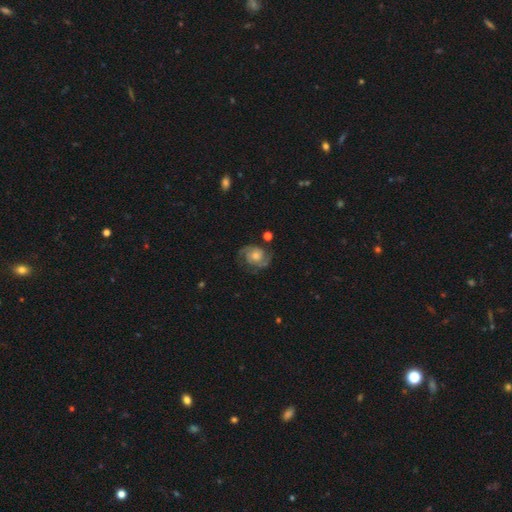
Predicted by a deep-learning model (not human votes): This is clearly a featured or disk galaxy (83%). It is clearly not viewed edge-on (98%). Bar: likely no (72%). Spiral arm pattern: clearly yes (96%). Spiral arm count: clearly 2 (85%). Spiral winding: possibly medium (47%). Central bulge: possibly moderate (51%). Merging: likely none (75%).